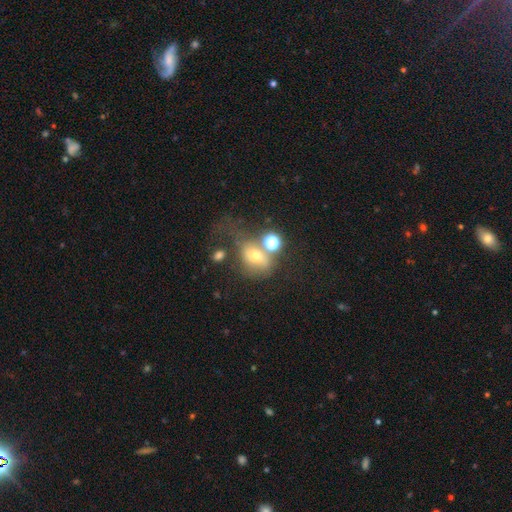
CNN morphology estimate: Q: Smooth or featured?
A: smooth (55%); runner-up: featured or disk (27%)
Q: How rounded?
A: in between (54%); runner-up: round (43%)
Q: Merging?
A: merger (30%); runner-up: none (29%)